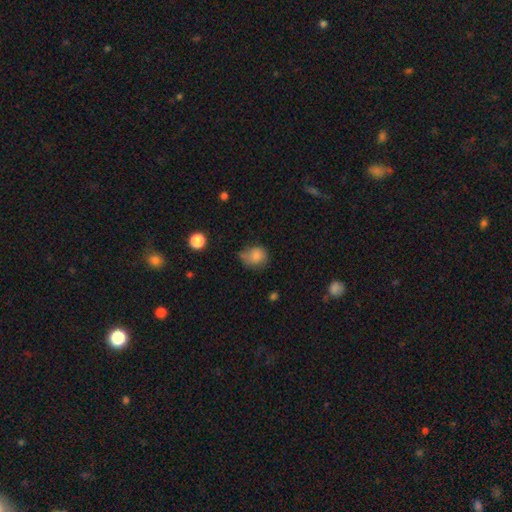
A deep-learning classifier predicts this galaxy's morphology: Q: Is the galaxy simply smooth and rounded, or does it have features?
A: smooth — 79%.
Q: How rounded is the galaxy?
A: round — 59%.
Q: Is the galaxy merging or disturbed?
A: none — 44%.